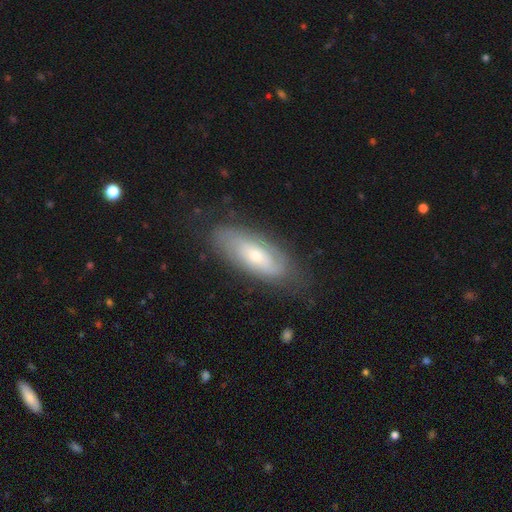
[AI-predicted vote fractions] A featured or disk galaxy (62%) with no bar (72%), spiral arms (75%) and a small central bulge (55%). Merging: none (74%).